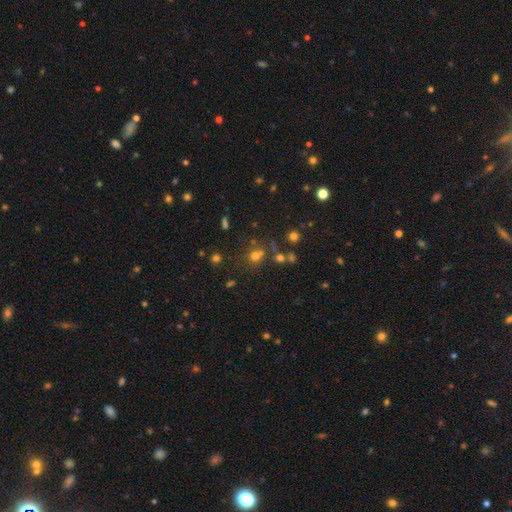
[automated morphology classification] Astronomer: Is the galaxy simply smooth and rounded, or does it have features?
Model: smooth — 64%.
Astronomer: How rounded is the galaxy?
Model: round — 84%.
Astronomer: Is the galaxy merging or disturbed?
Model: none — 62%.